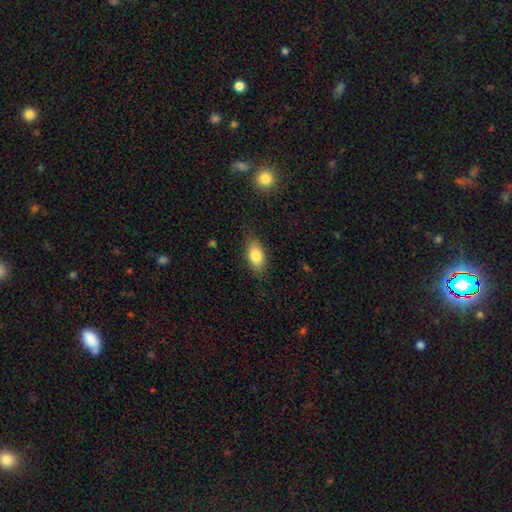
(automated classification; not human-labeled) Overall: smooth (82%). How rounded: in between (88%). Merging: none (79%).